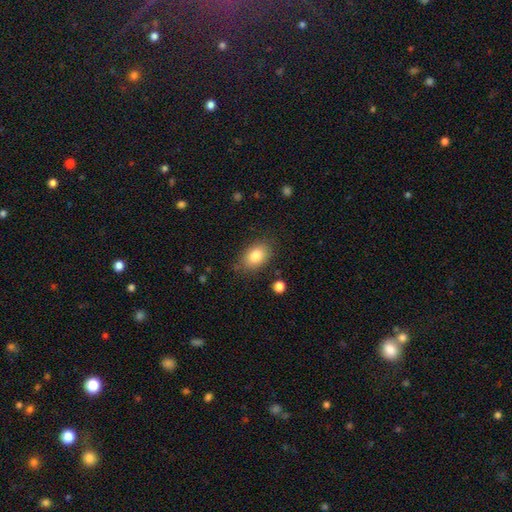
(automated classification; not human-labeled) Overall: smooth (82%). How rounded: in between (83%). Merging: none (81%).